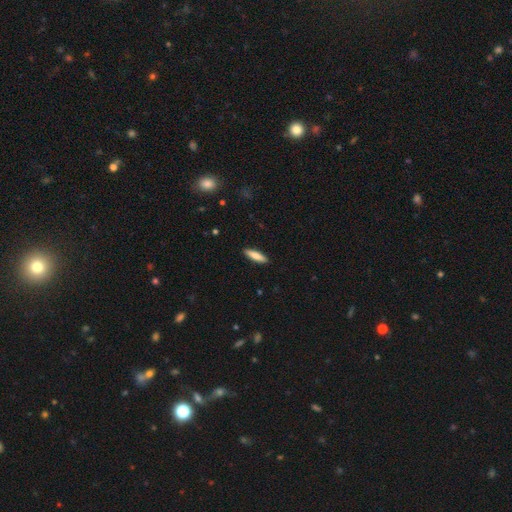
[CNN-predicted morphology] A smooth galaxy with no disk features (81%) that is cigar-shaped (68%).

Vote fractions:
- Smooth or featured? smooth: 81% / featured or disk: 13% / star or artifact: 6%
- How rounded? cigar-shaped: 68% / in between: 31% / round: 2%
- Merging? none: 91% / minor disturbance: 7% / major disturbance: 1% / merger: 1%